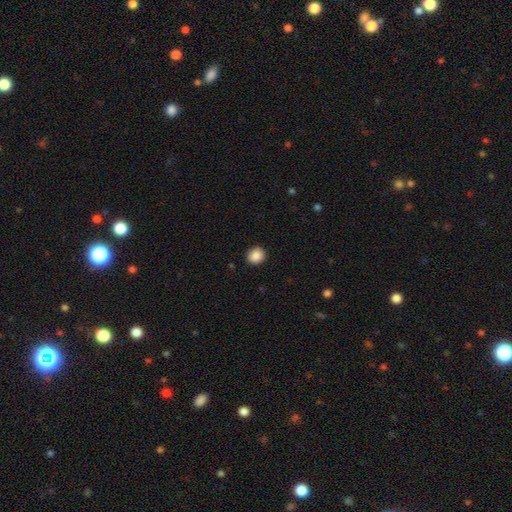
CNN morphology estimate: Smooth or featured? Predicted: smooth (p=0.89). How rounded? Predicted: round (p=0.85). Merging? Predicted: none (p=0.91).